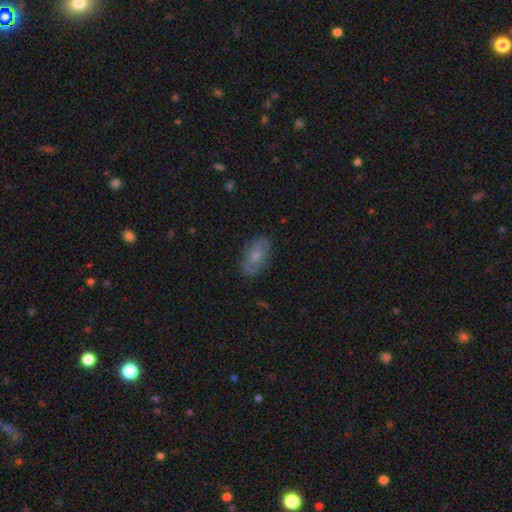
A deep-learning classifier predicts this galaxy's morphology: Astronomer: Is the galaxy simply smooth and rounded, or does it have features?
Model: smooth — 62%.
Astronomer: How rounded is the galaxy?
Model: in between — 90%.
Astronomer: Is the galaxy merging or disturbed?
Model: none — 80%.